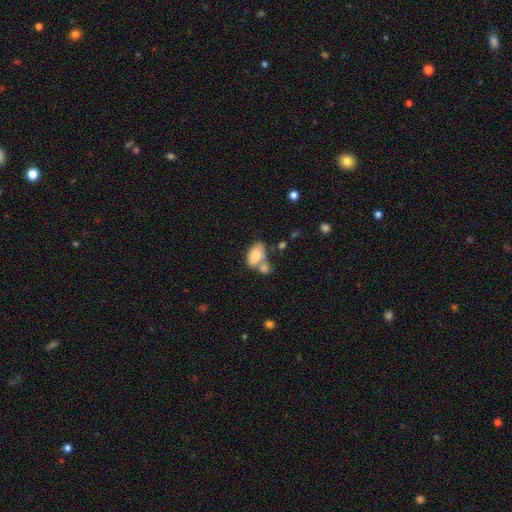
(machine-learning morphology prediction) Smooth or featured? Predicted: smooth (p=0.80). How rounded? Predicted: in between (p=0.93). Merging? Predicted: merger (p=0.51).